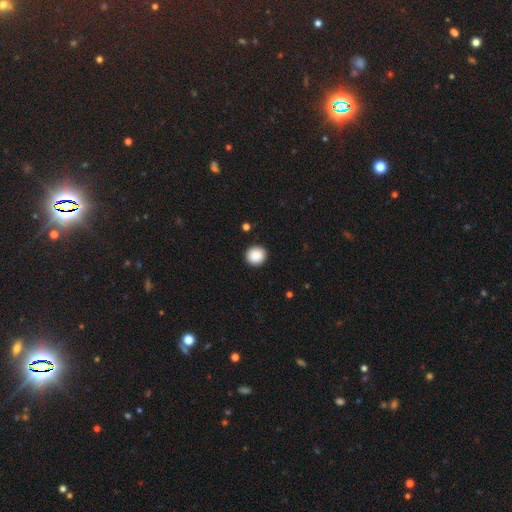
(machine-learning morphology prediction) Smooth or featured? Predicted: smooth (p=0.88). How rounded? Predicted: round (p=0.92). Merging? Predicted: none (p=0.92).